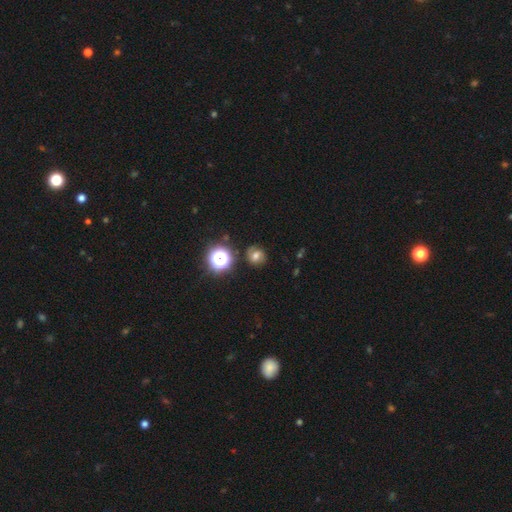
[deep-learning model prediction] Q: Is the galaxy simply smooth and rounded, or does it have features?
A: smooth — 58%.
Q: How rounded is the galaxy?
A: round — 80%.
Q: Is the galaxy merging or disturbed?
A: none — 79%.